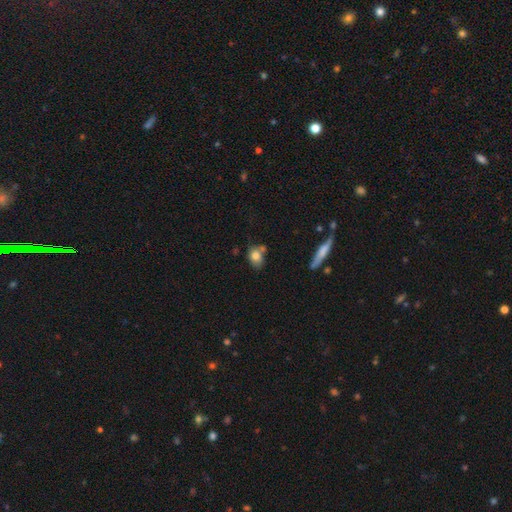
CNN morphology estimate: Overall: smooth (77%). How rounded: in between (66%; round 31%). Merging: none (50%; minor disturbance 22%).